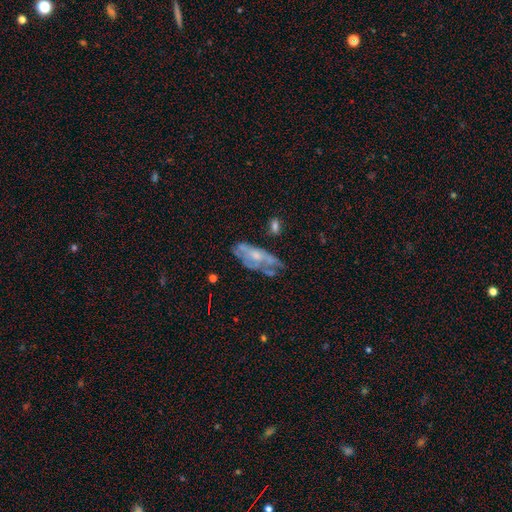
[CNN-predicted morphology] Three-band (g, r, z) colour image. It shows a featured or disk galaxy (62%) with no bar (79%), no spiral arms (60%) and a small central bulge (45%). Merging: none (44%).